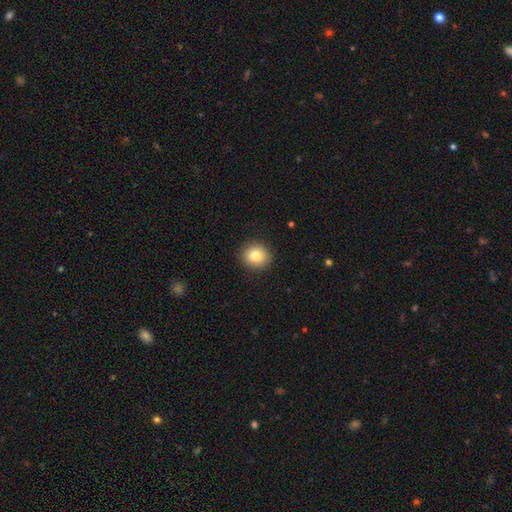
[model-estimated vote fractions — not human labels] Smooth or featured? smooth (81%)
How rounded? round (84%)
Merging? none (90%)